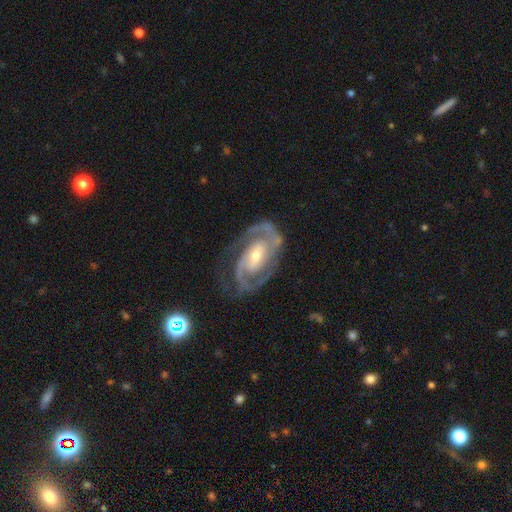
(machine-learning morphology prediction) smooth_or_featured: featured or disk (p=0.92) [alt: smooth p=0.04]
disk_edge_on: no (p=0.97) [alt: yes p=0.03]
bar: weak (p=0.42) [alt: no p=0.31]
has_spiral_arms: yes (p=0.98) [alt: no p=0.02]
spiral_winding: tight (p=0.50) [alt: medium p=0.43]
spiral_arm_count: 2 (p=0.87) [alt: 3 p=0.04]
bulge_size: moderate (p=0.47) [tied with: small p=0.47]
merging: none (p=0.75) [alt: minor disturbance p=0.15]